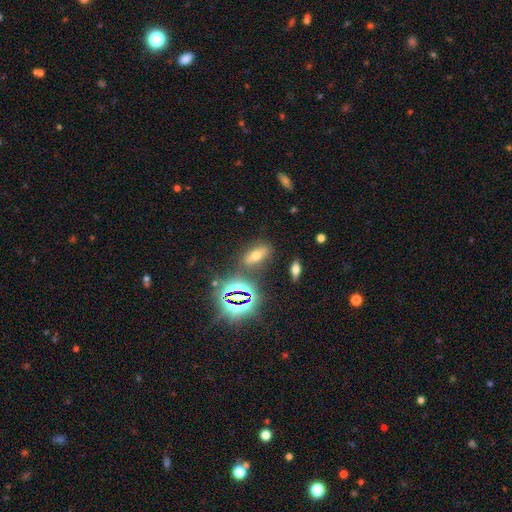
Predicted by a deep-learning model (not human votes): smooth-or-featured: smooth: 45% | star or artifact: 35% | featured or disk: 20%
  merging: none: 75% | minor disturbance: 13% | merger: 7% | major disturbance: 5%